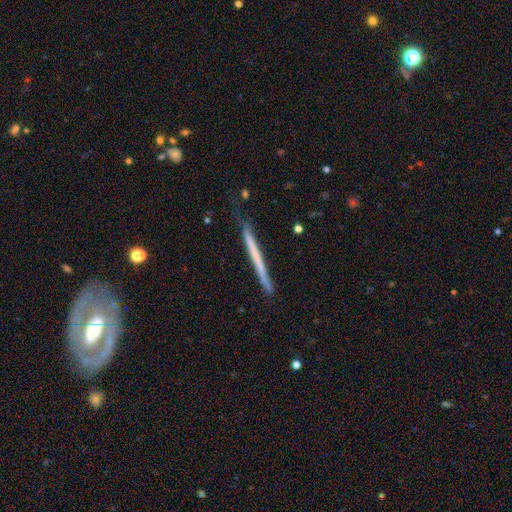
A featured or disk galaxy (56%) viewed edge-on (95%) with no central bulge (100%).

Vote fractions:
- Smooth or featured? featured or disk: 56% / smooth: 41% / star or artifact: 3%
- Edge-on disk? yes: 95% / no: 5%
- Edge-on bulge? none: 100% / boxy: 0% / rounded: 0%
- Merging? none: 76% / minor disturbance: 18% / major disturbance: 3% / merger: 3%